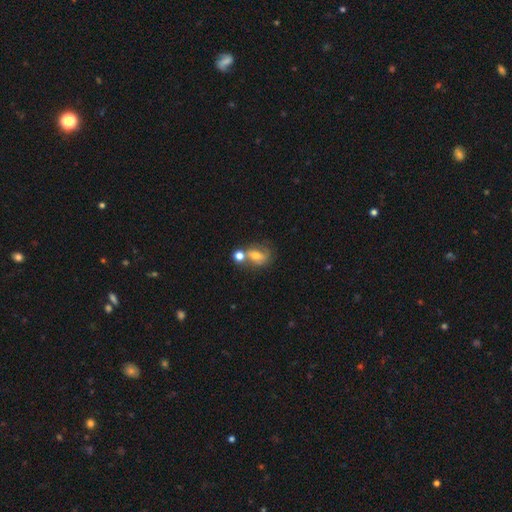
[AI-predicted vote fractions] Q: Smooth or featured?
A: smooth (51%); runner-up: featured or disk (35%)
Q: How rounded?
A: in between (55%); runner-up: round (42%)
Q: Merging?
A: merger (38%); runner-up: none (37%)